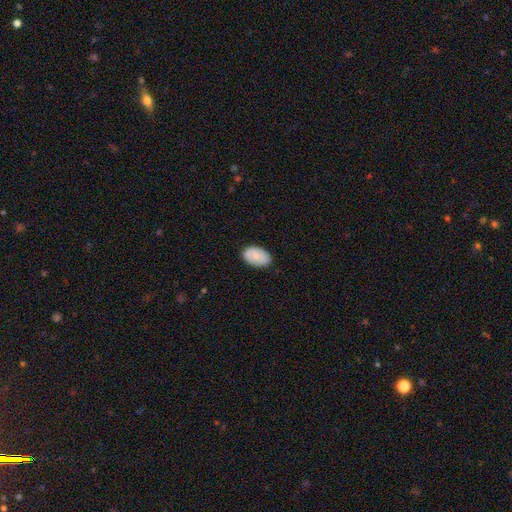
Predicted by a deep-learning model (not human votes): Morphology: type=smooth (80%); roundness=in between (92%); merging=none (83%).